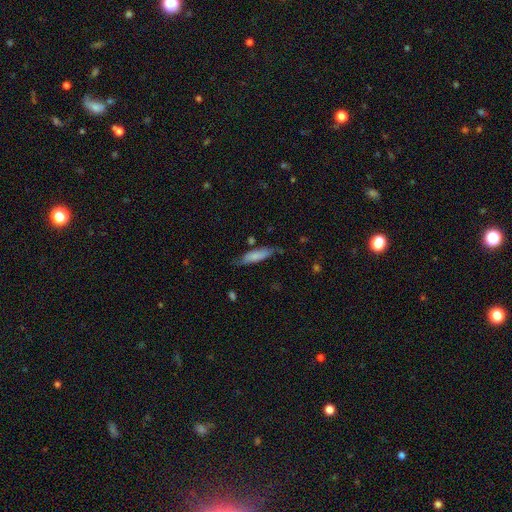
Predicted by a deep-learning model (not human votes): Smooth or featured? Predicted: smooth (p=0.78). How rounded? Predicted: cigar-shaped (p=0.71). Merging? Predicted: none (p=0.70).